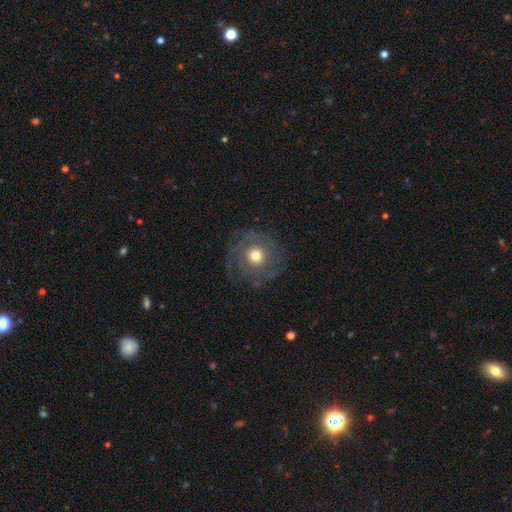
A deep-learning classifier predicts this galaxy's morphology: The model was most divided on "smooth or featured": featured or disk: 59%, smooth: 31%, star or artifact: 10%. More confident: edge-on disk — no (97%); bar — no (85%); merging — none (78%); spiral arms — yes (74%); bulge size — moderate (72%).